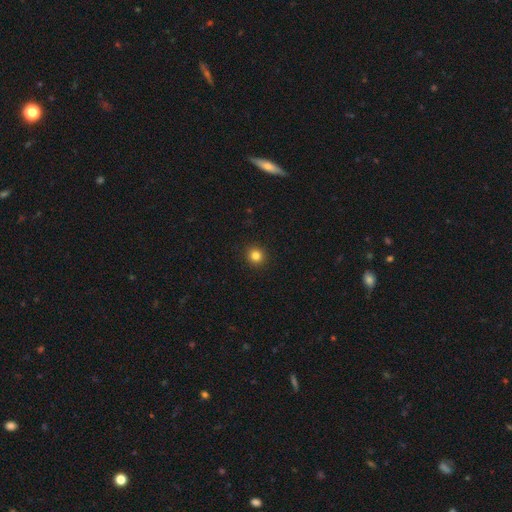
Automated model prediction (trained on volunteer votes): smooth 83%, star or artifact 13%, featured or disk 5%. Down the decision tree: how rounded — round (94%); merging — none (93%).